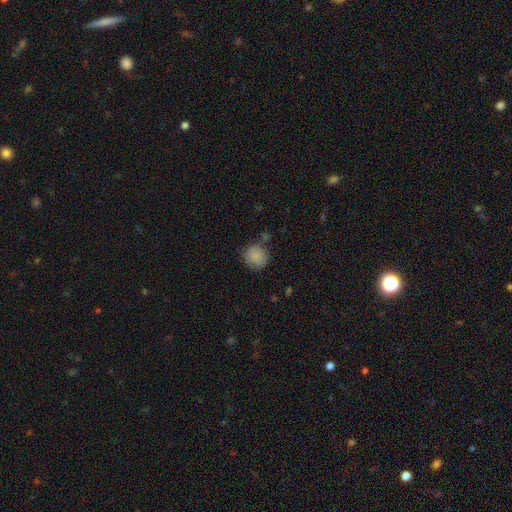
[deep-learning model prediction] Smooth or featured? Predicted: smooth (p=0.86). How rounded? Predicted: round (p=0.89). Merging? Predicted: none (p=0.74).